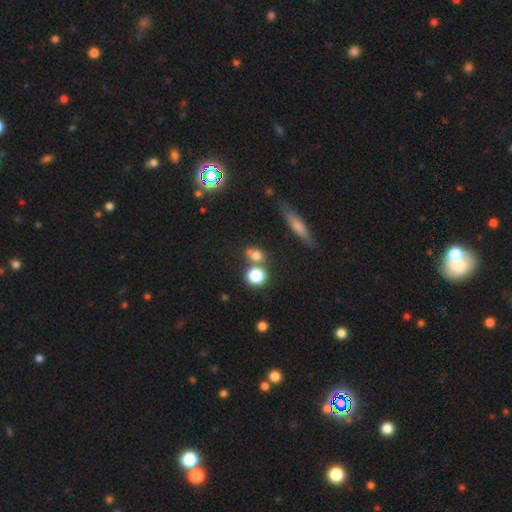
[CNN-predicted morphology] Q: Smooth or featured?
A: smooth (75%); runner-up: star or artifact (16%)
Q: How rounded?
A: round (70%); runner-up: in between (25%)
Q: Merging?
A: none (57%); runner-up: merger (27%)